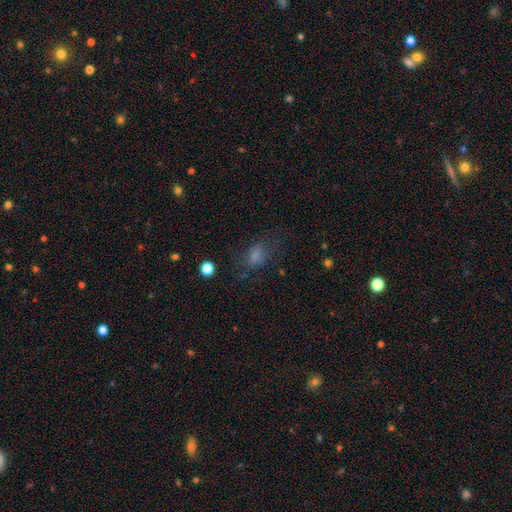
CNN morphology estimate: smooth-or-featured: smooth: 57% | star or artifact: 25% | featured or disk: 19%
  how-rounded: in between: 68% | round: 28% | cigar-shaped: 4%
  merging: none: 58% | minor disturbance: 20% | major disturbance: 19% | merger: 2%